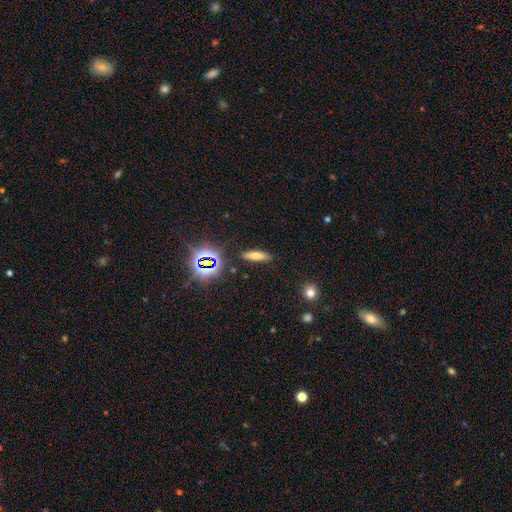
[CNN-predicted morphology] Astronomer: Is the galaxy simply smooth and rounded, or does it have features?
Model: smooth — 60%.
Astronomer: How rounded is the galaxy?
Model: cigar-shaped — 67%.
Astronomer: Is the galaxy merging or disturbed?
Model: none — 87%.